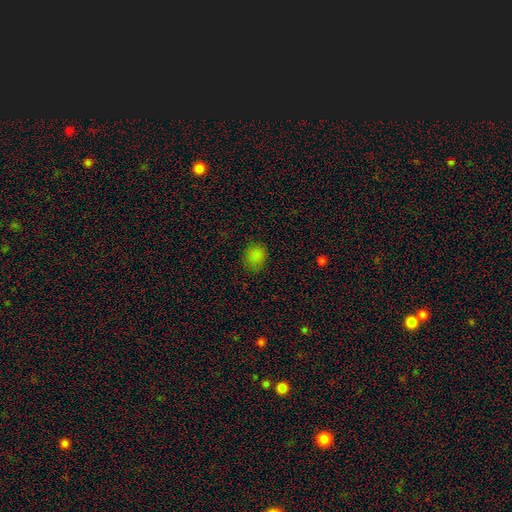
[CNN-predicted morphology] A smooth galaxy with no disk features (82%) that is round (68%).

Vote fractions:
- Smooth or featured? smooth: 82% / star or artifact: 15% / featured or disk: 4%
- How rounded? round: 68% / in between: 31% / cigar-shaped: 1%
- Merging? none: 81% / minor disturbance: 15% / major disturbance: 3% / merger: 1%